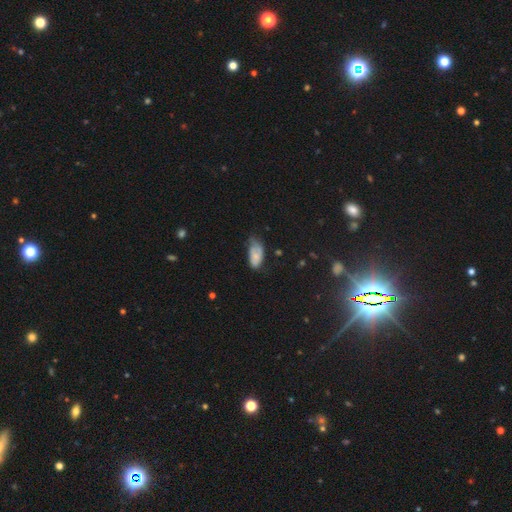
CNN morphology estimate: smooth 69%, featured or disk 22%, star or artifact 9%. Down the decision tree: how rounded — in between (92%); merging — minor disturbance (43%).